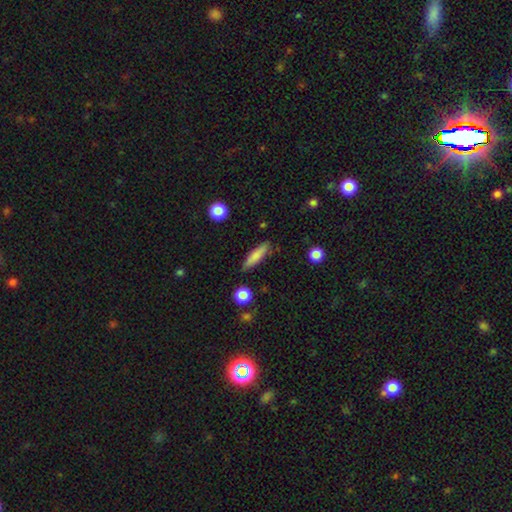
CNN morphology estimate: type=smooth (77%); roundness=cigar-shaped (77%); merging=none (84%).